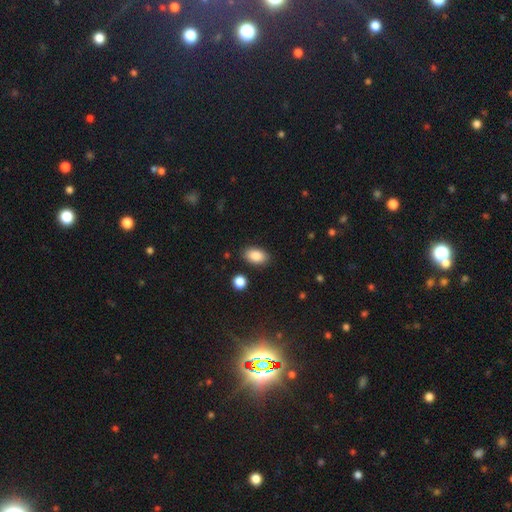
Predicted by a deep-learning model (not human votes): smooth 87%, star or artifact 8%, featured or disk 5%. Down the decision tree: how rounded — in between (91%); merging — none (86%).